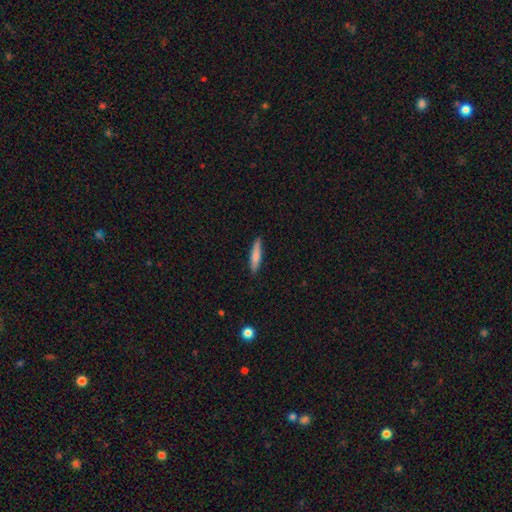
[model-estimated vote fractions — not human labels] smooth 74%, featured or disk 20%, star or artifact 6%. Down the decision tree: how rounded — cigar-shaped (87%); merging — none (88%).